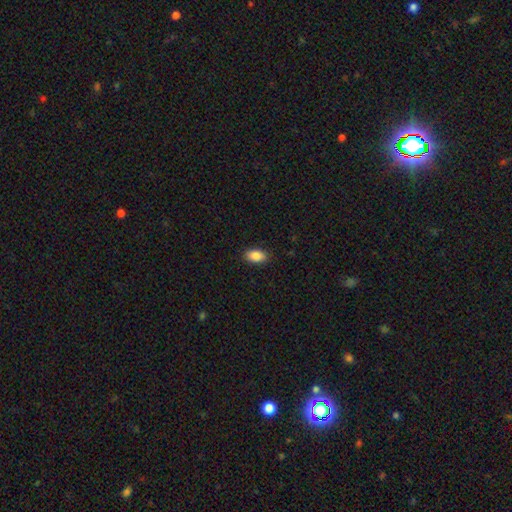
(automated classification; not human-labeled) Q: Smooth or featured?
A: smooth (88%); runner-up: star or artifact (7%)
Q: How rounded?
A: in between (92%); runner-up: round (5%)
Q: Merging?
A: none (88%); runner-up: minor disturbance (9%)